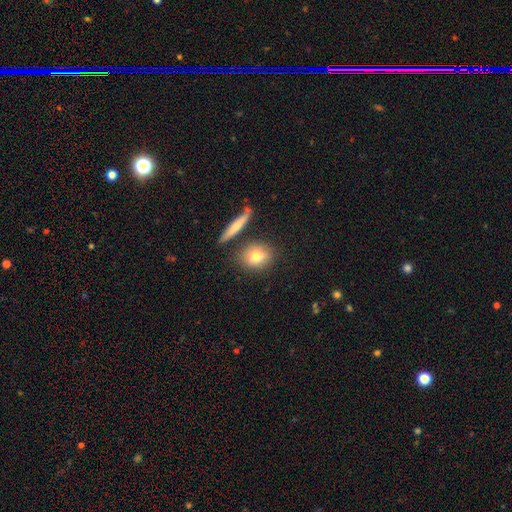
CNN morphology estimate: smooth-or-featured: smooth: 74% | featured or disk: 17% | star or artifact: 9%
  how-rounded: round: 58% | in between: 36% | cigar-shaped: 7%
  merging: none: 77% | minor disturbance: 11% | merger: 9% | major disturbance: 3%